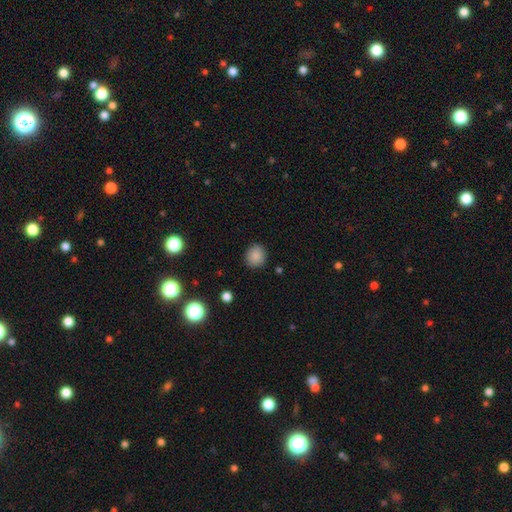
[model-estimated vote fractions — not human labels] A smooth galaxy with no disk features (86%) that is round (84%). Merging: none (89%).